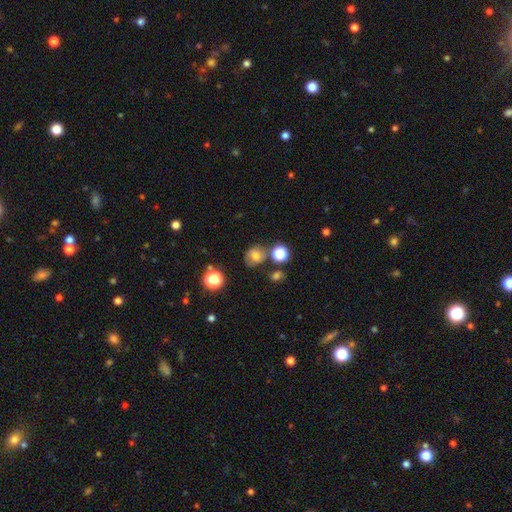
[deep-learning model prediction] The model was most divided on "smooth or featured": smooth: 63%, featured or disk: 21%, star or artifact: 16%. More confident: how rounded — round (73%); merging — none (63%).